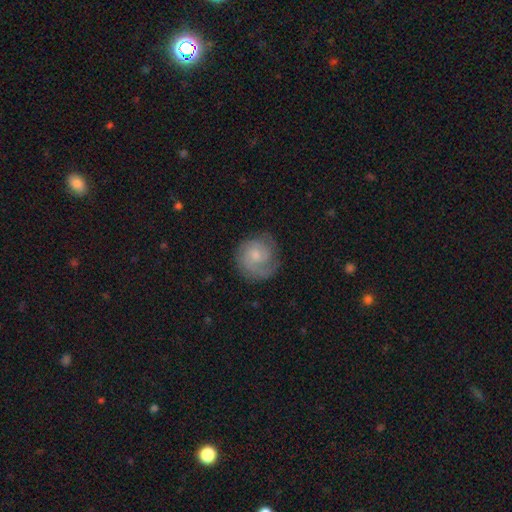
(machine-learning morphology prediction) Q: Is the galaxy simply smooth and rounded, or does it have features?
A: featured or disk — 67%.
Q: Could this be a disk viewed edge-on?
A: no — 98%.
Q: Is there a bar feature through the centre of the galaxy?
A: no — 66%.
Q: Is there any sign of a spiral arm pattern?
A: yes — 93%.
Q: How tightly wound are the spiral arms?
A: tight — 60%.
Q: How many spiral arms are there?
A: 2 — 48%.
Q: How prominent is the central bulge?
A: small — 49%.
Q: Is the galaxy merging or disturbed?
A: none — 74%.